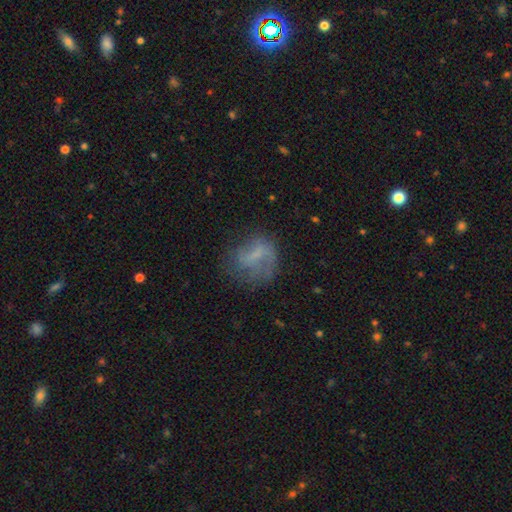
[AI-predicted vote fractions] The model was most divided on "smooth or featured": smooth: 45%, featured or disk: 43%, star or artifact: 12%. Remaining: merging — none (46%).